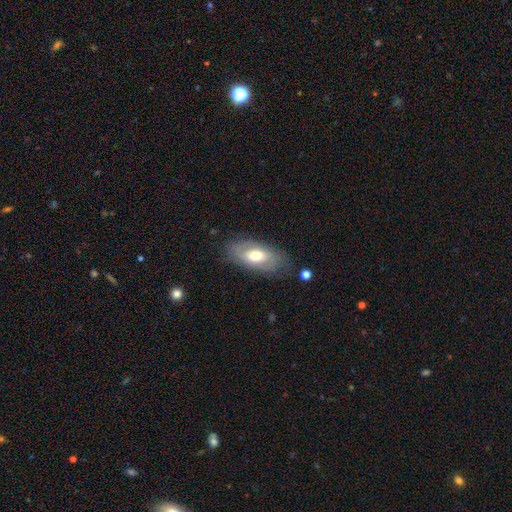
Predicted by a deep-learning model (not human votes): Smooth or featured? Predicted: smooth (p=0.52). How rounded? Predicted: in between (p=0.90). Merging? Predicted: none (p=0.75).